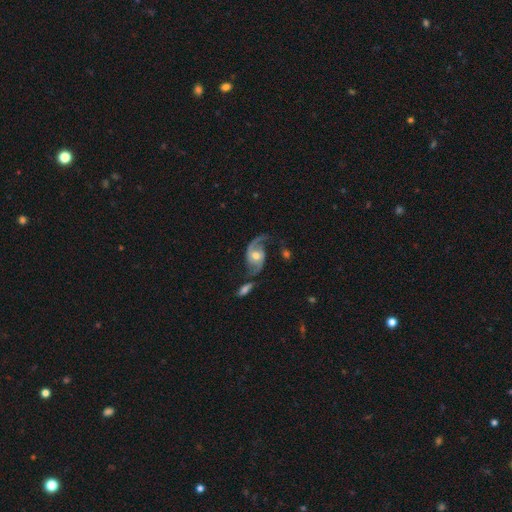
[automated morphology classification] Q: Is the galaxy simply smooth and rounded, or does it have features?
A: featured or disk — 87%.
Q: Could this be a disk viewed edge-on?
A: no — 97%.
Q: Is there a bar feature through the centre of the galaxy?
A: no — 56%.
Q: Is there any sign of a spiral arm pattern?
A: yes — 96%.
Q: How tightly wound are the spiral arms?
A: loose — 50%.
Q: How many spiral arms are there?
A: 2 — 86%.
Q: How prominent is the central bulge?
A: moderate — 72%.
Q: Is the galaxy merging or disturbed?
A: none — 53%.